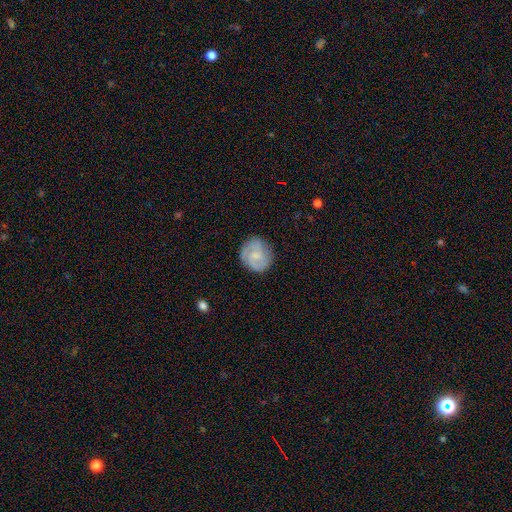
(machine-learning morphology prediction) Smooth or featured?
  - featured or disk: 50% *
  - smooth: 44%
  - star or artifact: 7%
Merging?
  - none: 81% *
  - minor disturbance: 14%
  - major disturbance: 4%
  - merger: 1%